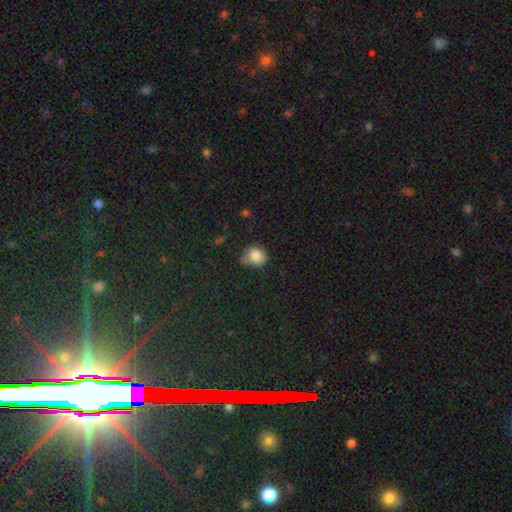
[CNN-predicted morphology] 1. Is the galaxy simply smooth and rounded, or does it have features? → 84% smooth, 10% star or artifact, 6% featured or disk.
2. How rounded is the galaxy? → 71% round, 28% in between, 1% cigar-shaped.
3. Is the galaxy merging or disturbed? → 52% none, 32% minor disturbance, 8% merger, 8% major disturbance.